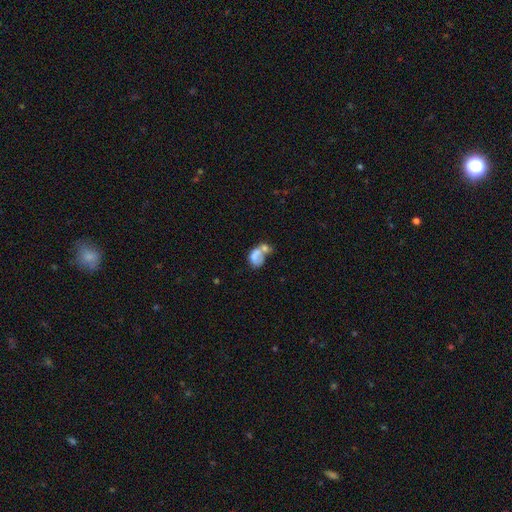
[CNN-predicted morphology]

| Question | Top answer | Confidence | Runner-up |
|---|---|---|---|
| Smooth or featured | smooth | 58% | featured or disk (33%) |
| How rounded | in between | 78% | round (21%) |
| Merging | merger | 65% | none (14%) |